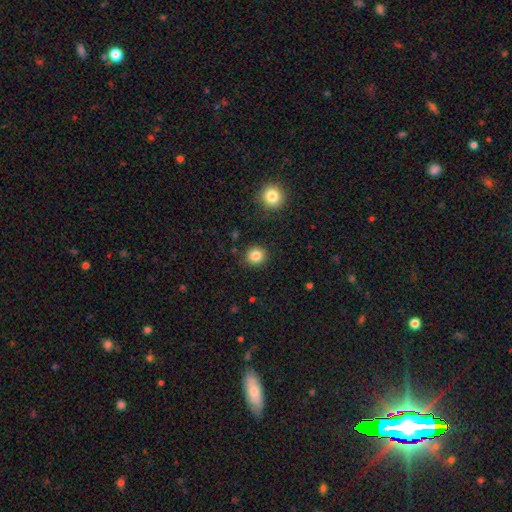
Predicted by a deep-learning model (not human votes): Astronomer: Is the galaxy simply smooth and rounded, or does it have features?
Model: smooth — 84%.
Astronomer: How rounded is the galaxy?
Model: round — 89%.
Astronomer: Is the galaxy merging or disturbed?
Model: none — 89%.